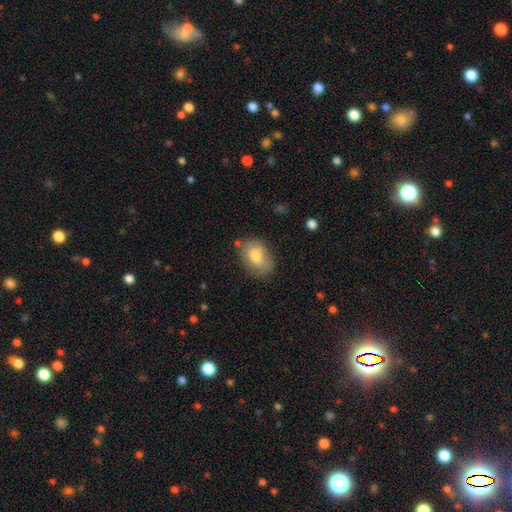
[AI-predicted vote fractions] Q: Smooth or featured?
A: smooth (73%); runner-up: featured or disk (20%)
Q: How rounded?
A: in between (80%); runner-up: round (19%)
Q: Merging?
A: none (65%); runner-up: minor disturbance (23%)